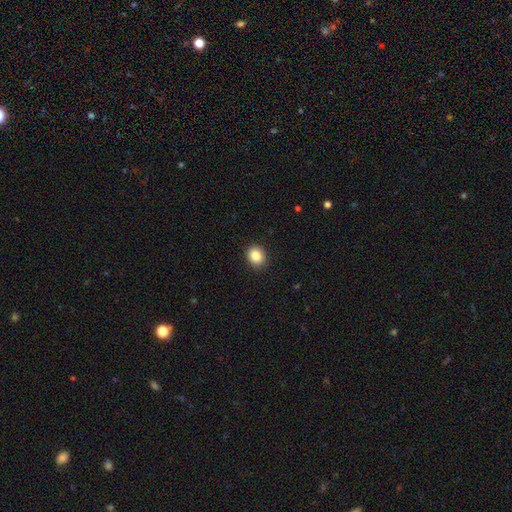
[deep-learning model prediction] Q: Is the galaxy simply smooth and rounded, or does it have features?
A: smooth — 86%.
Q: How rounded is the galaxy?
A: round — 73%.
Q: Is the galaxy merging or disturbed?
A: none — 90%.